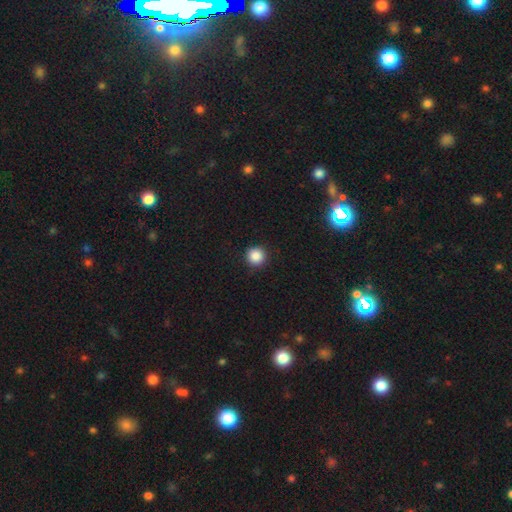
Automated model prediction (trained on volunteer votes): Smooth or featured? Predicted: smooth (p=0.87). How rounded? Predicted: round (p=0.96). Merging? Predicted: none (p=0.92).